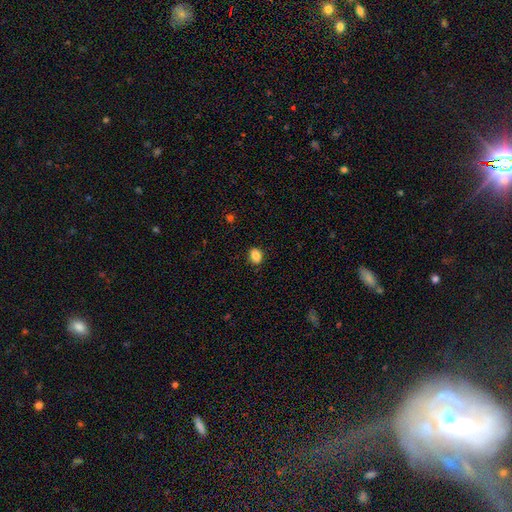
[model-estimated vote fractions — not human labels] Morphology: type=smooth (87%); roundness=in between (63%); merging=none (87%).